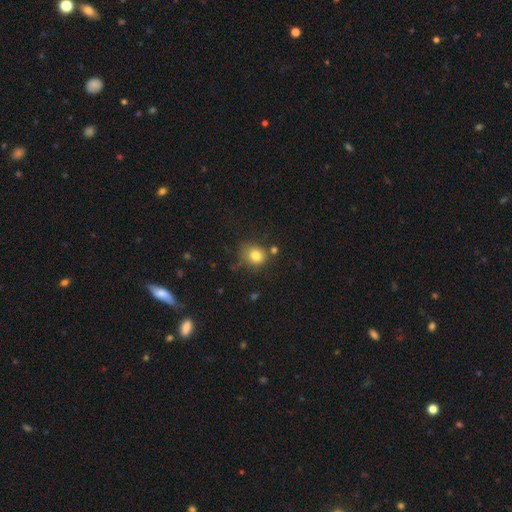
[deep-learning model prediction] A smooth galaxy with no disk features (80%) that is round (70%).

Vote fractions:
- Smooth or featured? smooth: 80% / star or artifact: 12% / featured or disk: 8%
- How rounded? round: 70% / in between: 29% / cigar-shaped: 1%
- Merging? none: 69% / minor disturbance: 18% / merger: 8% / major disturbance: 6%